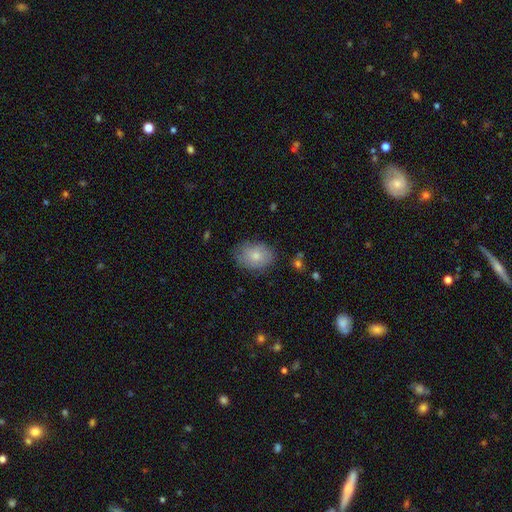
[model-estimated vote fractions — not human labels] This is likely a smooth galaxy (78%). How rounded: likely in between (73%). Merging: likely none (76%).